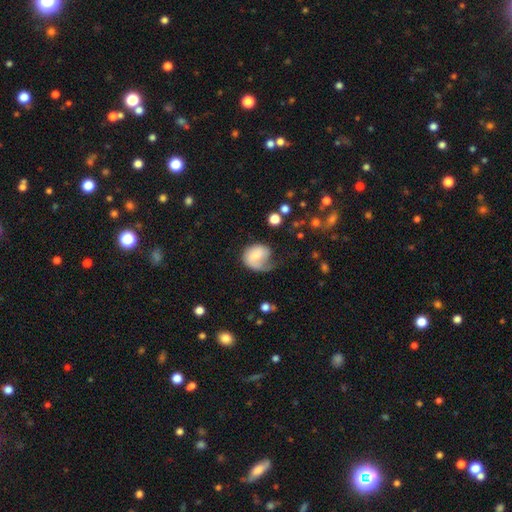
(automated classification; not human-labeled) A smooth galaxy with no disk features (55%) that is round (58%). Merging: major disturbance (42%).